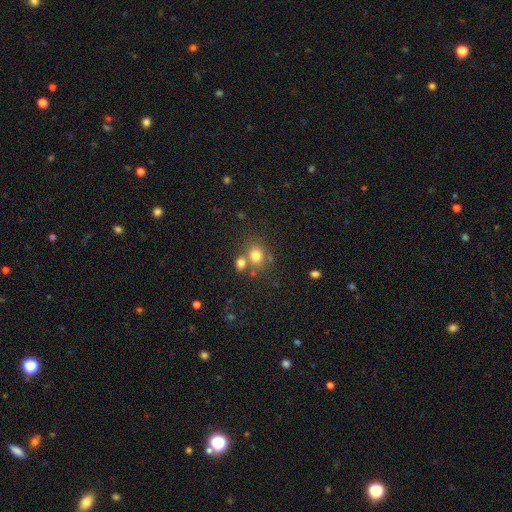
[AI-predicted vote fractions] This is likely a smooth galaxy (77%). How rounded: likely round (66%). Merging: possibly none (57%).